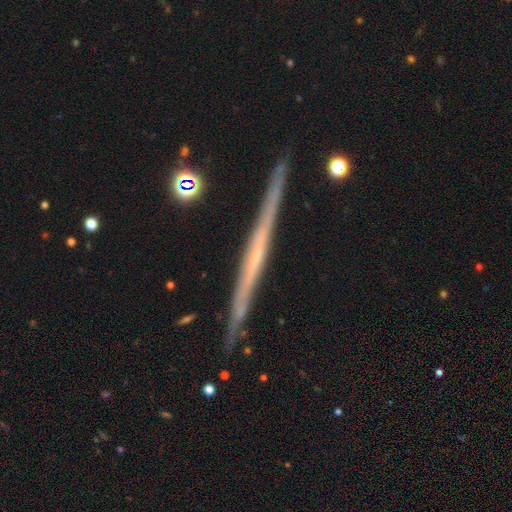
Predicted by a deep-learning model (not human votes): featured or disk 71%, smooth 23%, star or artifact 6%. Down the decision tree: edge-on disk — yes (98%); edge-on bulge — none (86%); merging — none (89%).